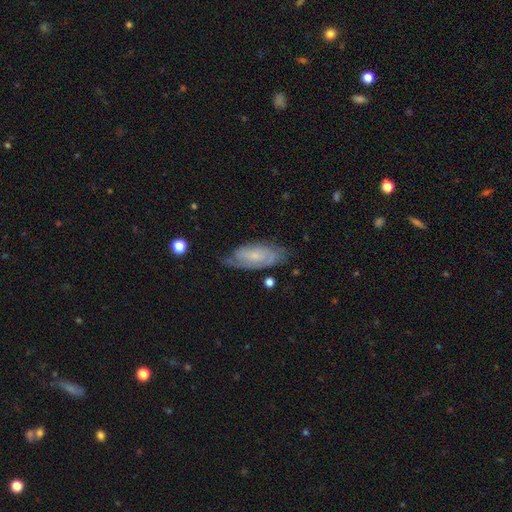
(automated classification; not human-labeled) Q: Smooth or featured?
A: featured or disk (65%); runner-up: smooth (28%)
Q: Edge-on disk?
A: no (90%); runner-up: yes (10%)
Q: Bar?
A: no (64%); runner-up: weak (30%)
Q: Spiral arms?
A: yes (86%); runner-up: no (14%)
Q: Spiral winding?
A: tight (54%); runner-up: medium (34%)
Q: Spiral arm count?
A: 2 (46%); runner-up: can't tell (38%)
Q: Bulge size?
A: small (73%); runner-up: moderate (18%)
Q: Merging?
A: none (65%); runner-up: minor disturbance (25%)